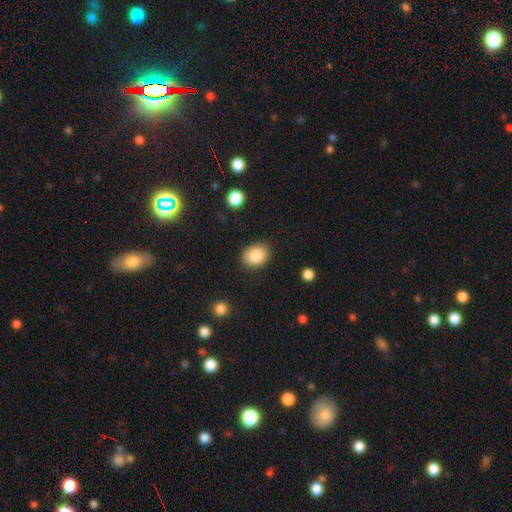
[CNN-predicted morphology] A smooth galaxy with no disk features (87%) that is in between round and cigar-shaped (50%). Merging: none (86%).